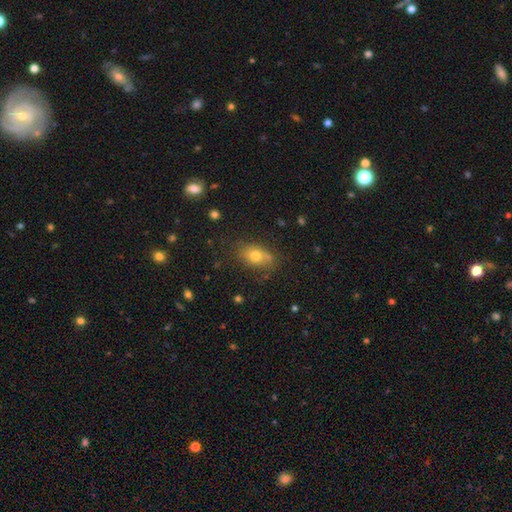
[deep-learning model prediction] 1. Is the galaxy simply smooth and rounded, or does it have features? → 73% smooth, 14% featured or disk, 13% star or artifact.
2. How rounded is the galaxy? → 71% in between, 26% round, 3% cigar-shaped.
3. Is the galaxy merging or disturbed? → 69% none, 18% minor disturbance, 7% merger, 5% major disturbance.